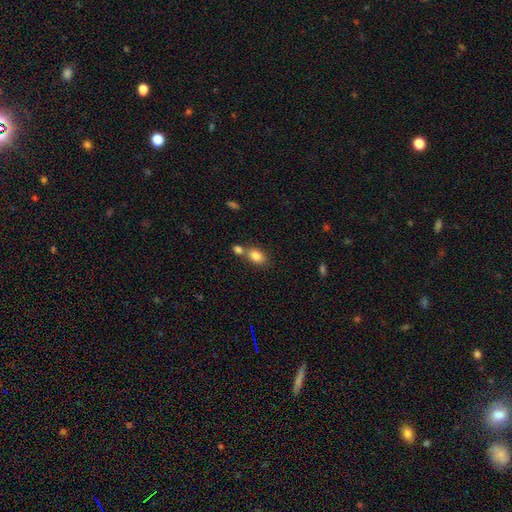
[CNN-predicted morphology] A smooth galaxy with no disk features (83%) that is in between round and cigar-shaped (79%). Merging: none (45%).